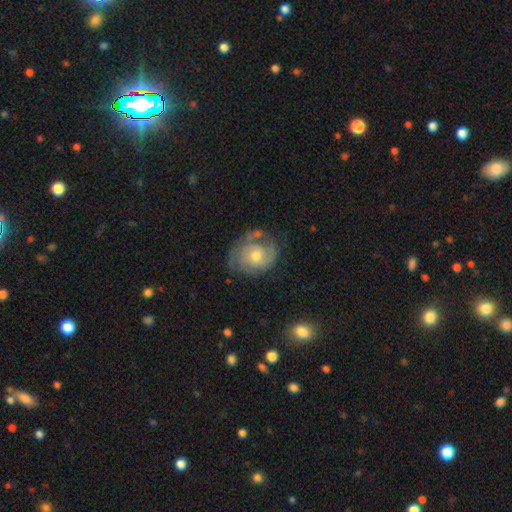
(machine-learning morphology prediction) Smooth or featured? featured or disk (64%)
Edge-on disk? no (97%)
Bar? no (75%)
Spiral arms? yes (80%)
Bulge size? moderate (65%)
Merging? none (56%)